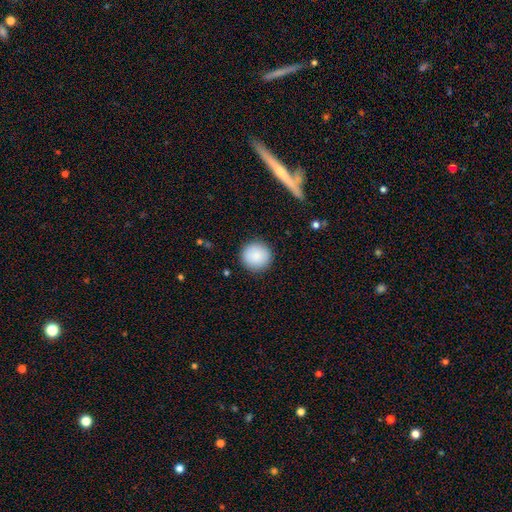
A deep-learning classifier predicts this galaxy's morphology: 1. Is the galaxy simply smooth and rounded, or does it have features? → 88% smooth, 7% star or artifact, 5% featured or disk.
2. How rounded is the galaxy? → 95% round, 4% in between, 1% cigar-shaped.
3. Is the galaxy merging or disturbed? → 91% none, 6% minor disturbance, 2% major disturbance, 1% merger.